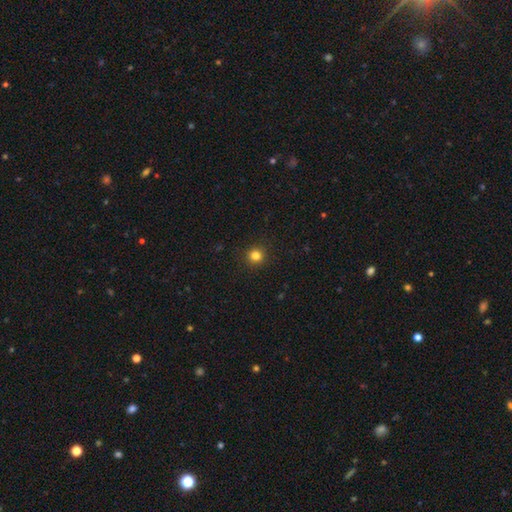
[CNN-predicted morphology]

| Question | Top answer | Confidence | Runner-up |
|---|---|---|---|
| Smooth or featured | smooth | 82% | star or artifact (13%) |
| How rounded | round | 93% | in between (6%) |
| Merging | none | 92% | minor disturbance (5%) |